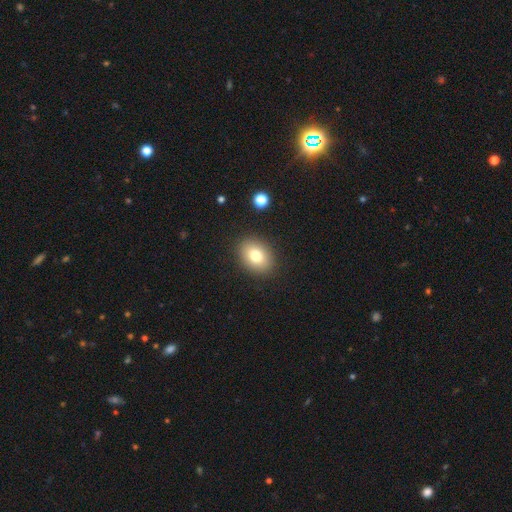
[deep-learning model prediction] A smooth galaxy with no disk features (79%) that is in between round and cigar-shaped (69%).

Vote fractions:
- Smooth or featured? smooth: 79% / featured or disk: 11% / star or artifact: 10%
- How rounded? in between: 69% / round: 30% / cigar-shaped: 1%
- Merging? none: 89% / minor disturbance: 8% / major disturbance: 2% / merger: 1%